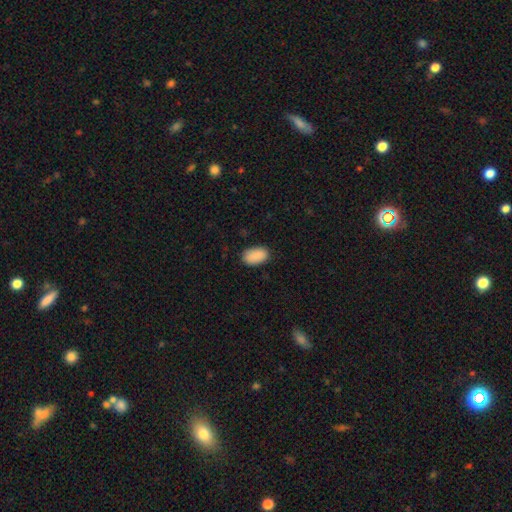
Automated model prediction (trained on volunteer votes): Smooth or featured? smooth (90%)
How rounded? in between (94%)
Merging? none (87%)